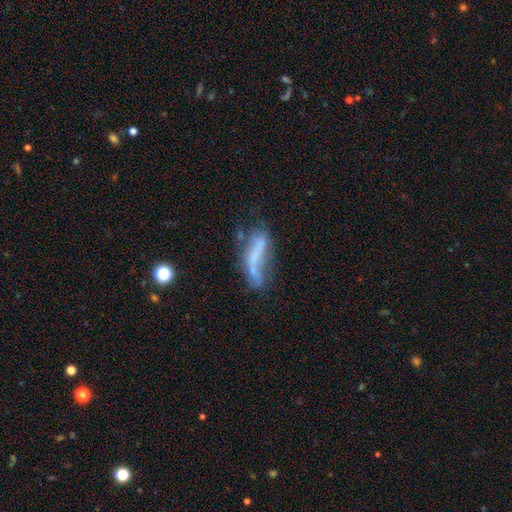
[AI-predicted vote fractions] A featured or disk galaxy (48%). Merging: major disturbance (29%, tied with none).